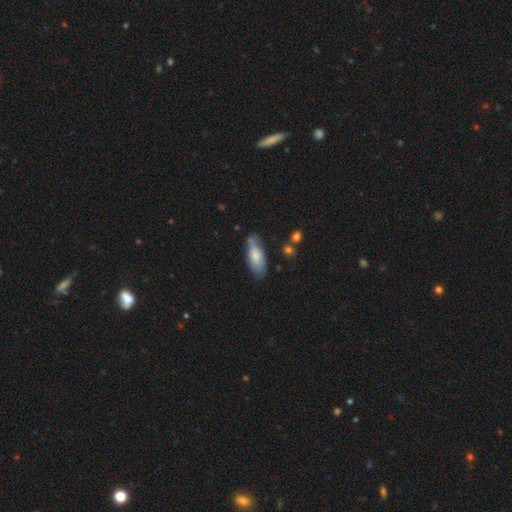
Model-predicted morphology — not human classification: smooth_or_featured: smooth (p=0.68) [alt: featured or disk p=0.26]
how_rounded: in between (p=0.77) [alt: cigar-shaped p=0.21]
merging: none (p=0.58) [alt: minor disturbance p=0.30]